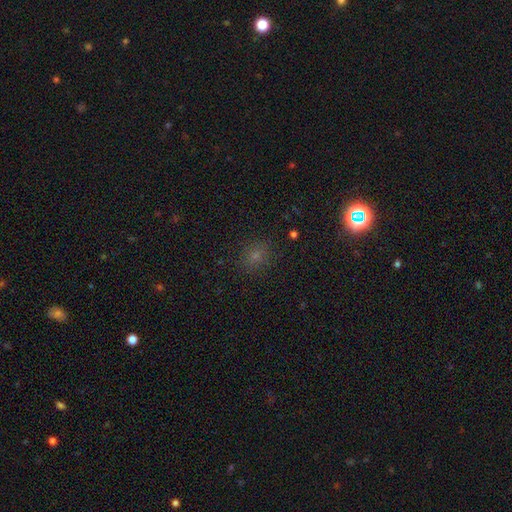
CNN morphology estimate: Q: Smooth or featured?
A: smooth (65%); runner-up: star or artifact (27%)
Q: How rounded?
A: round (66%); runner-up: in between (32%)
Q: Merging?
A: none (84%); runner-up: minor disturbance (11%)